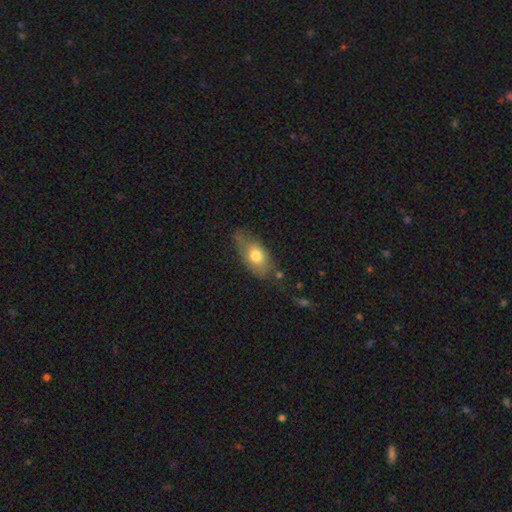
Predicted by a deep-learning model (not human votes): smooth_or_featured: smooth (p=0.70) [alt: featured or disk p=0.22]
how_rounded: in between (p=0.86) [alt: round p=0.08]
merging: none (p=0.51) [alt: minor disturbance p=0.33]